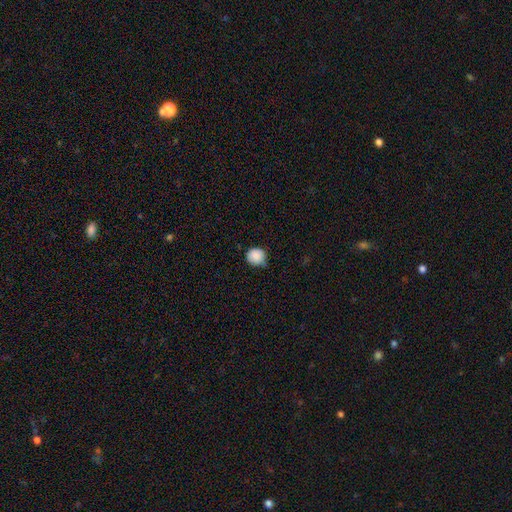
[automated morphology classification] smooth-or-featured: smooth: 88% | star or artifact: 9% | featured or disk: 4%
  how-rounded: round: 89% | in between: 10% | cigar-shaped: 1%
  merging: none: 70% | minor disturbance: 25% | major disturbance: 3% | merger: 2%